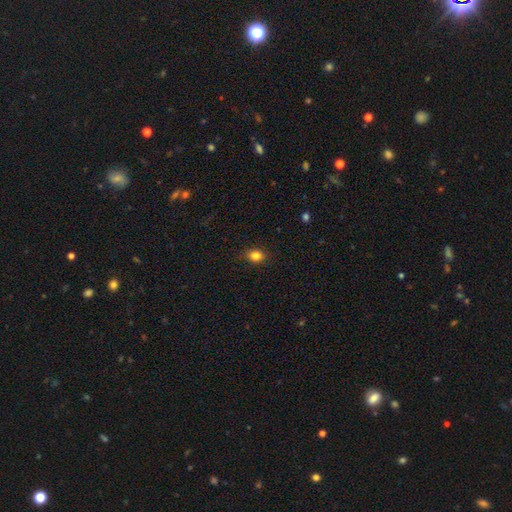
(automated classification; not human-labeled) This is clearly a smooth galaxy (84%). How rounded: possibly in between (50%). Merging: clearly none (84%).